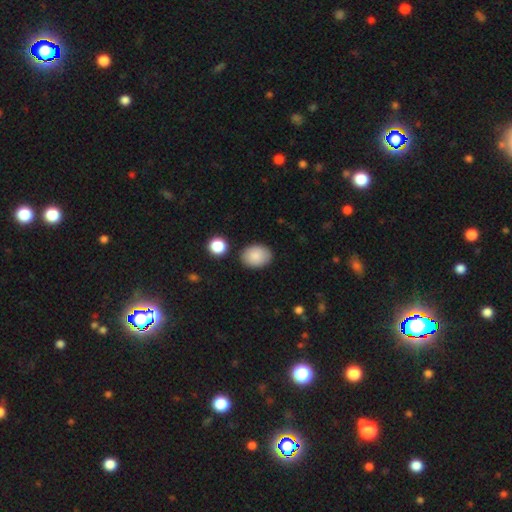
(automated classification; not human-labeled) This appears to be a smooth galaxy with no disk features (87%) that is in between round and cigar-shaped (74%). Merging: none (84%).